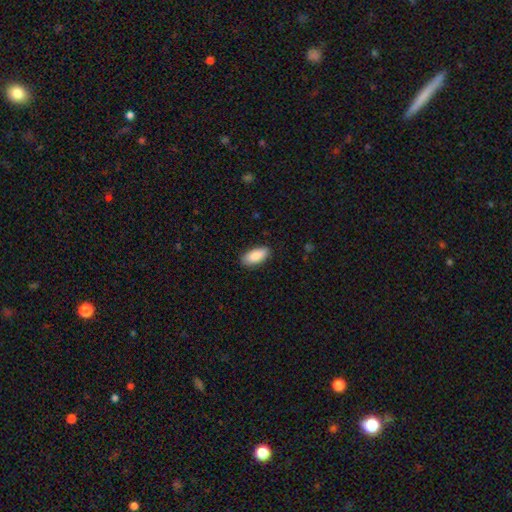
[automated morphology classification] Q: Smooth or featured?
A: smooth (89%); runner-up: star or artifact (6%)
Q: How rounded?
A: in between (89%); runner-up: cigar-shaped (9%)
Q: Merging?
A: none (87%); runner-up: minor disturbance (10%)